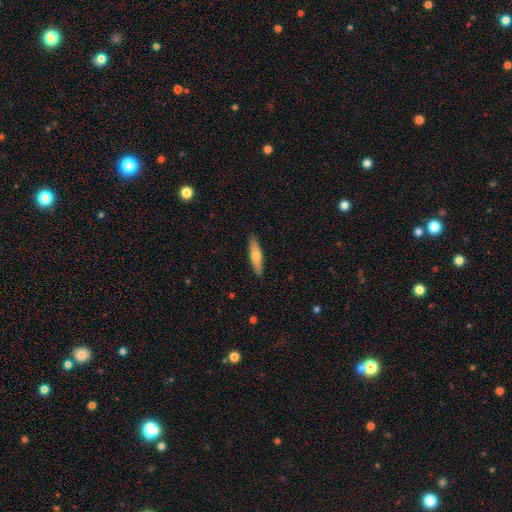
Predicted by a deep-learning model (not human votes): A smooth galaxy with no disk features (61%) that is cigar-shaped (72%).

Vote fractions:
- Smooth or featured? smooth: 61% / featured or disk: 34% / star or artifact: 6%
- How rounded? cigar-shaped: 72% / in between: 27% / round: 2%
- Merging? none: 90% / minor disturbance: 7% / major disturbance: 2% / merger: 1%